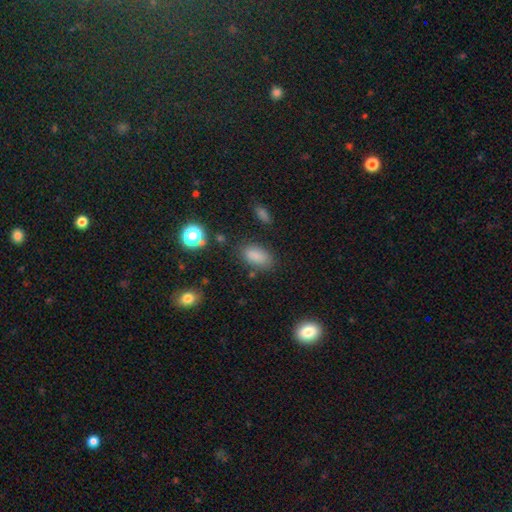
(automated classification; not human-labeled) Morphology: type=smooth (83%); roundness=in between (89%); merging=none (77%).